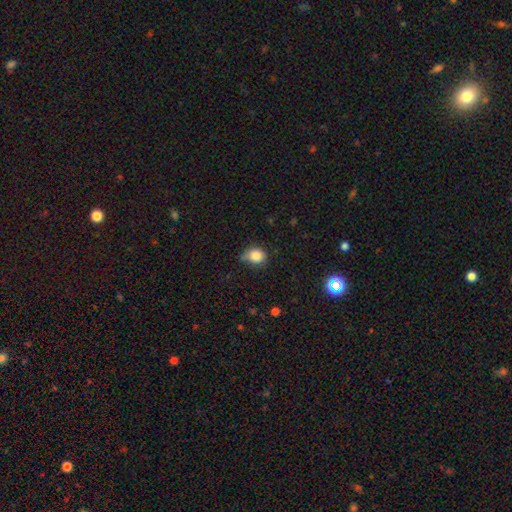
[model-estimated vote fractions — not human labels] Q: Smooth or featured?
A: smooth (84%); runner-up: star or artifact (10%)
Q: How rounded?
A: round (65%); runner-up: in between (34%)
Q: Merging?
A: none (53%); runner-up: minor disturbance (35%)